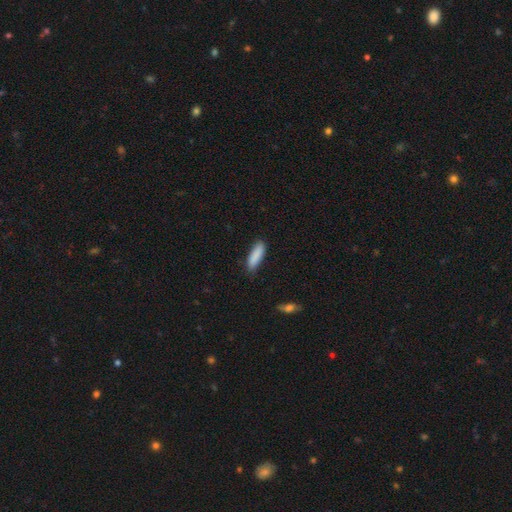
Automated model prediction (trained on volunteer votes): Q: Smooth or featured?
A: smooth (89%); runner-up: star or artifact (6%)
Q: How rounded?
A: cigar-shaped (53%); runner-up: in between (46%)
Q: Merging?
A: none (83%); runner-up: minor disturbance (13%)